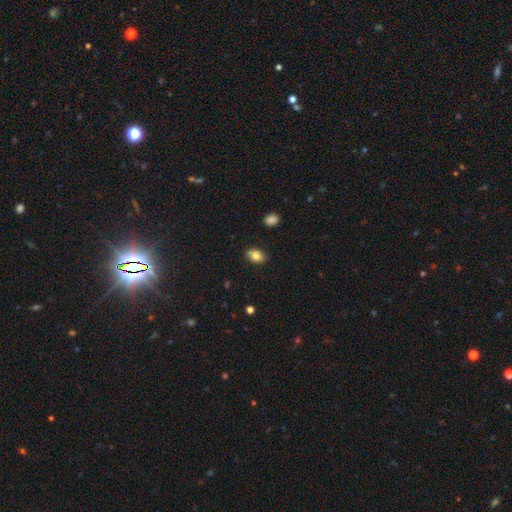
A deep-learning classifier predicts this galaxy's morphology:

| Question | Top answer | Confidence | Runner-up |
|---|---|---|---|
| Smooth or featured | smooth | 82% | featured or disk (10%) |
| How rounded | in between | 84% | round (15%) |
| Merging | none | 86% | minor disturbance (11%) |